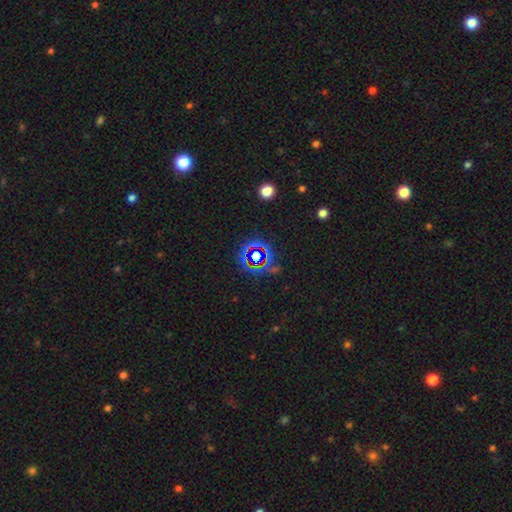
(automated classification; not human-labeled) smooth_or_featured: star or artifact (p=0.72) [alt: smooth p=0.17]